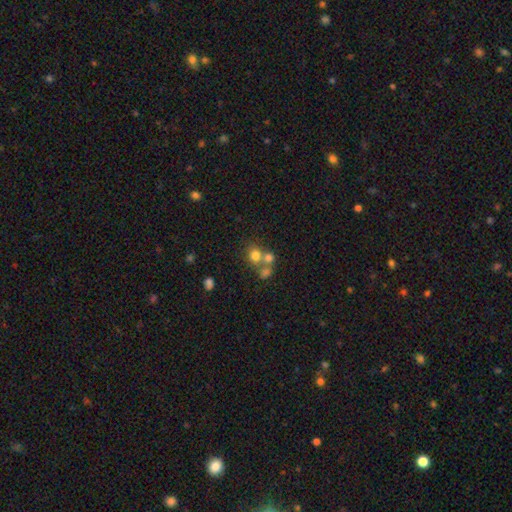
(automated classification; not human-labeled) The model was most divided on "merging": none: 44%, merger: 43%, minor disturbance: 8%, major disturbance: 5%. More confident: how rounded — round (78%); smooth or featured — smooth (72%).